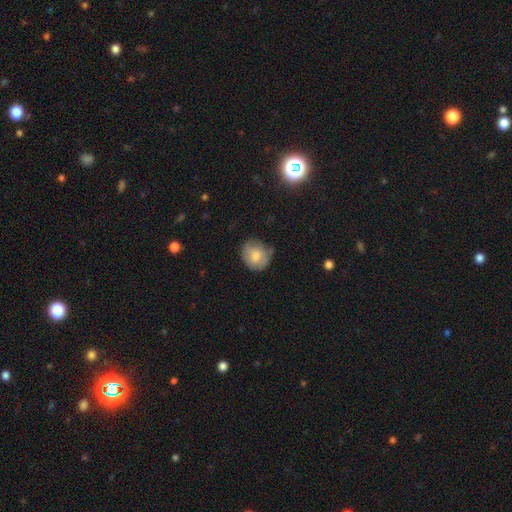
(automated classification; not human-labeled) The model was most divided on "merging": none: 66%, minor disturbance: 26%, major disturbance: 6%, merger: 2%. More confident: how rounded — round (80%); smooth or featured — smooth (68%).